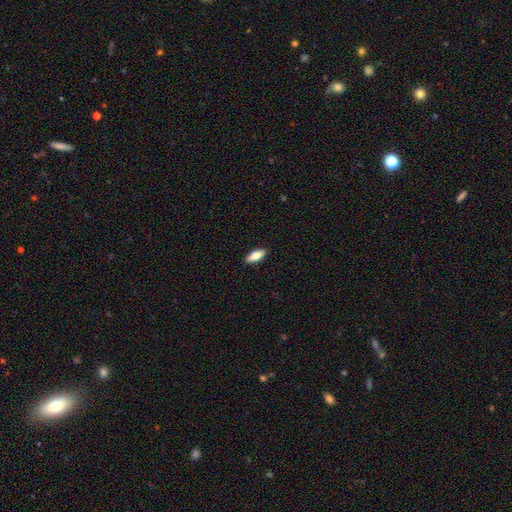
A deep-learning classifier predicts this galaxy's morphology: Smooth or featured: smooth — 82% (featured or disk — 12%)
How rounded: in between — 75% (cigar-shaped — 23%)
Merging: none — 90% (minor disturbance — 8%)